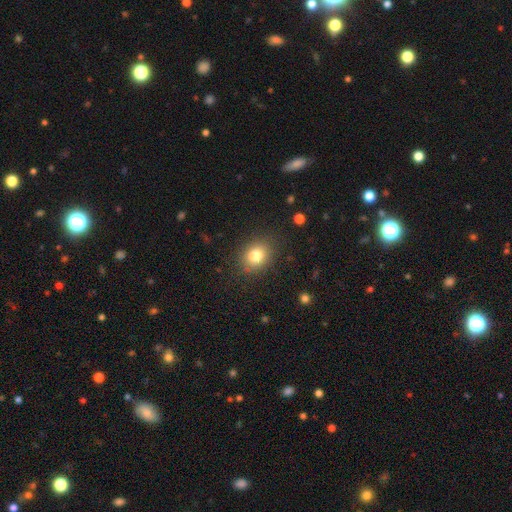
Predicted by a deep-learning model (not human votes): A smooth galaxy with no disk features (81%) that is round (51%). Merging: none (84%).